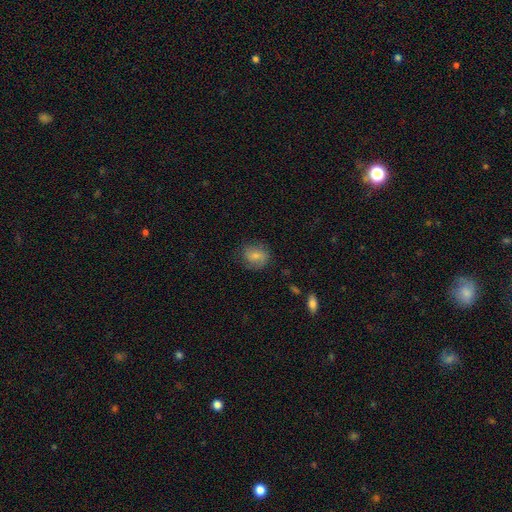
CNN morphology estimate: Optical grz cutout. It shows a smooth galaxy with no disk features (69%) that is round (69%). Merging: none (73%).